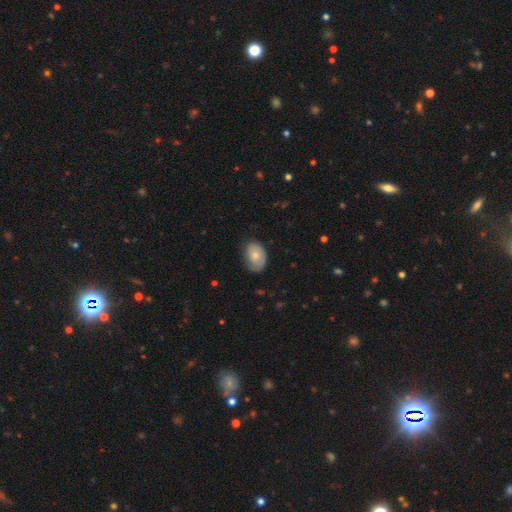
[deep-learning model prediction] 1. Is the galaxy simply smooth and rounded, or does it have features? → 64% smooth, 29% featured or disk, 6% star or artifact.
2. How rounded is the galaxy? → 81% in between, 18% round, 1% cigar-shaped.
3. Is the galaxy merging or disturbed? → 66% none, 25% minor disturbance, 7% major disturbance, 1% merger.